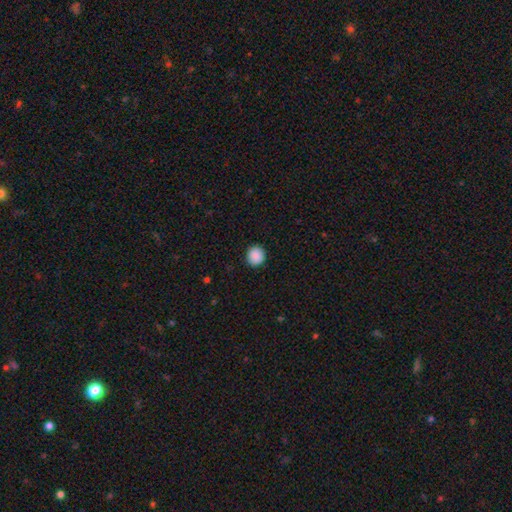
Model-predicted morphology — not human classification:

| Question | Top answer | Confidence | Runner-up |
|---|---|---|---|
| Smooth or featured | smooth | 90% | star or artifact (8%) |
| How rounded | round | 90% | in between (9%) |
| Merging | none | 91% | minor disturbance (6%) |